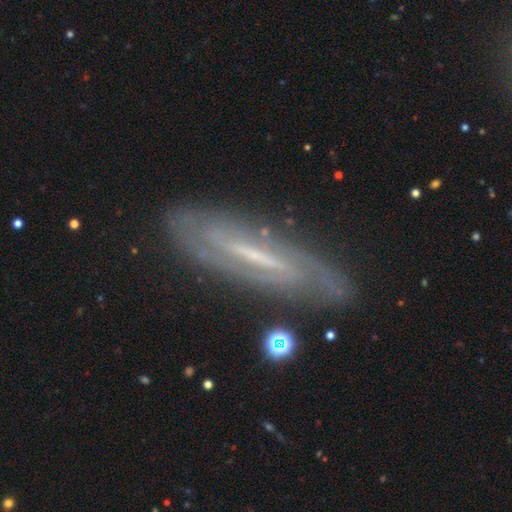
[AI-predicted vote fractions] A featured or disk galaxy (75%) with a strong bar (53%), spiral arms (79%) and a small central bulge (43%).

Vote fractions:
- Smooth or featured? featured or disk: 75% / smooth: 17% / star or artifact: 8%
- Edge-on disk? no: 67% / yes: 33%
- Bar? strong: 53% / weak: 32% / no: 15%
- Spiral arms? yes: 79% / no: 21%
- Bulge size? small: 43% / none: 30% / moderate: 22% / large: 3% / dominant: 1%
- Merging? none: 78% / minor disturbance: 15% / major disturbance: 5% / merger: 2%